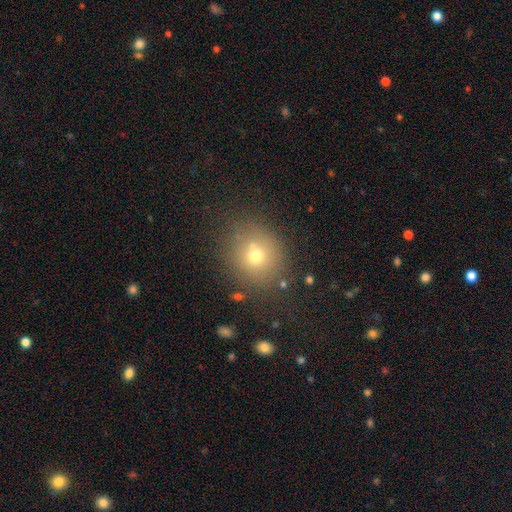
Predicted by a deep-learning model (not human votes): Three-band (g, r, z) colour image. It shows a smooth galaxy with no disk features (66%) that is round (80%). Merging: none (70%).